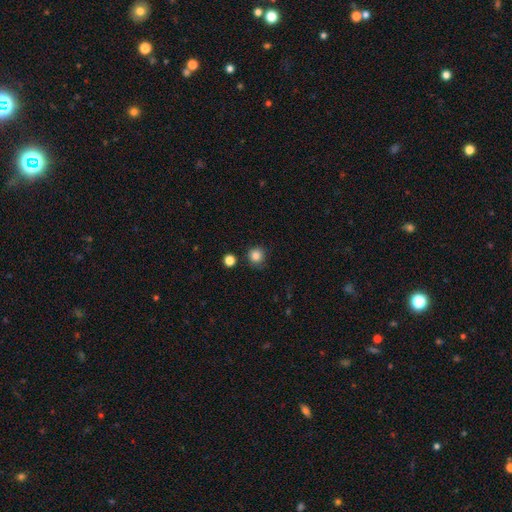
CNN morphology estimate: This appears to be a smooth galaxy with no disk features (84%) that is round (94%). Merging: none (83%).